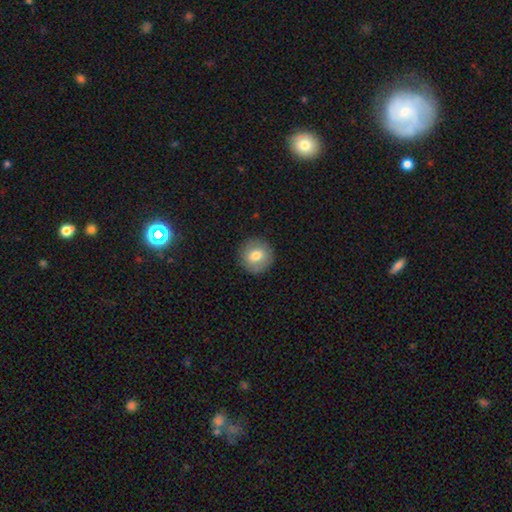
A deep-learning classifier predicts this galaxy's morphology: A smooth galaxy with no disk features (73%) that is round (91%). Merging: none (88%).